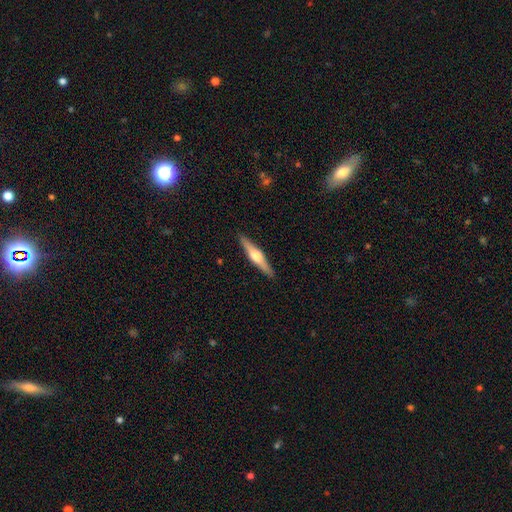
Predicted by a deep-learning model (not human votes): Overall: featured or disk (66%; smooth 29%). Edge-on disk: yes (97%). Edge-on bulge: rounded (93%). Merging: none (91%).